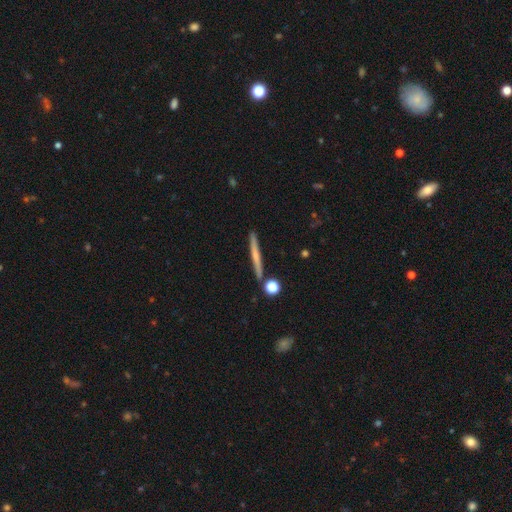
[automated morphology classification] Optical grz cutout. It shows a smooth galaxy with no disk features (47%). Merging: none (87%).